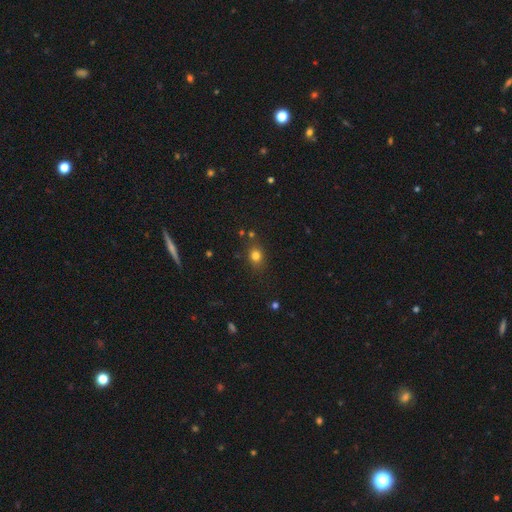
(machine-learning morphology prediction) Smooth or featured? smooth (77%)
How rounded? round (57%)
Merging? none (80%)